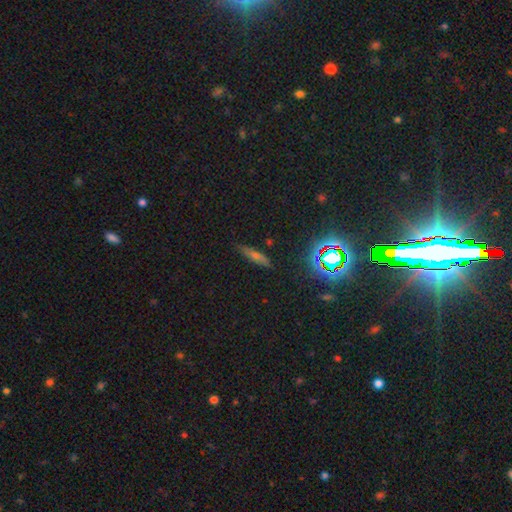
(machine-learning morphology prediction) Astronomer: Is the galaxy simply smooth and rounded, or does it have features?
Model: smooth — 50% (runner-up: featured or disk, 27%).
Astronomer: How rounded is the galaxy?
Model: cigar-shaped — 78%.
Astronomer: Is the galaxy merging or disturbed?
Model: none — 83%.